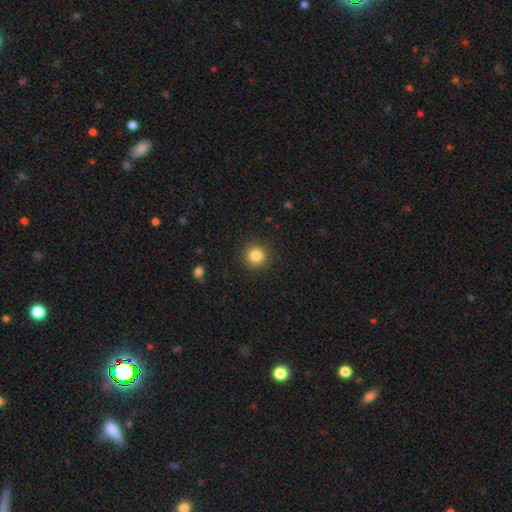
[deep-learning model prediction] This is clearly a smooth galaxy (84%). How rounded: clearly round (94%). Merging: clearly none (91%).